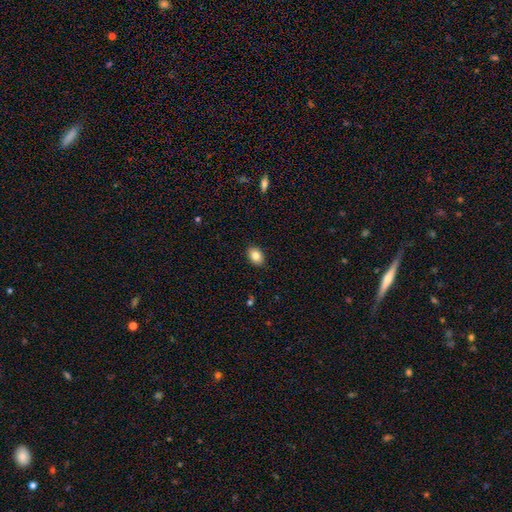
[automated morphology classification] Smooth or featured? smooth (84%)
How rounded? in between (78%)
Merging? none (90%)